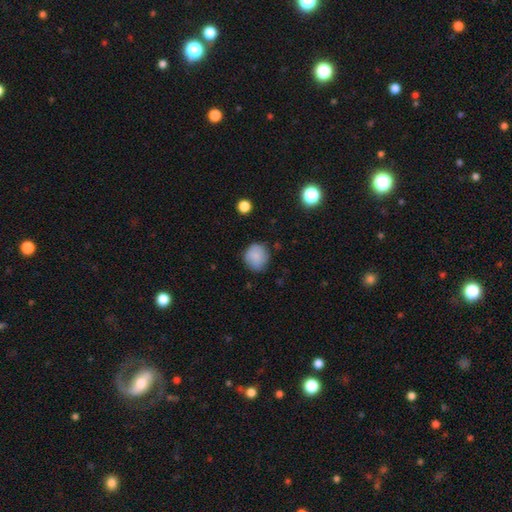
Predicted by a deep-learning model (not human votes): A smooth galaxy with no disk features (82%) that is round (85%). Merging: none (76%).